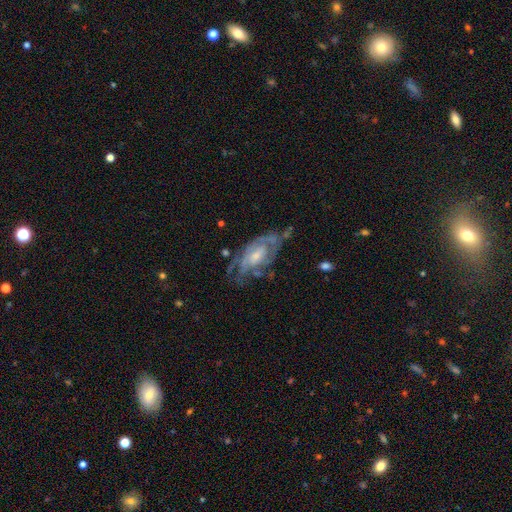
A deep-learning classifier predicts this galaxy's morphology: Smooth or featured?
  - featured or disk: 80% *
  - smooth: 14%
  - star or artifact: 6%
Edge-on disk?
  - no: 93% *
  - yes: 7%
Bar?
  - no: 56% *
  - weak: 36%
  - strong: 8%
Spiral arms?
  - yes: 84% *
  - no: 16%
Spiral winding?
  - tight: 55% *
  - medium: 35%
  - loose: 10%
Spiral arm count?
  - can't tell: 45% *
  - 2: 29%
  - 3: 13%
  - 4: 5%
  - 1: 5%
  - more than 4: 3%
Bulge size?
  - small: 47% *
  - moderate: 42%
  - none: 5%
  - large: 5%
  - dominant: 1%
Merging?
  - none: 56% *
  - minor disturbance: 25%
  - major disturbance: 16%
  - merger: 3%